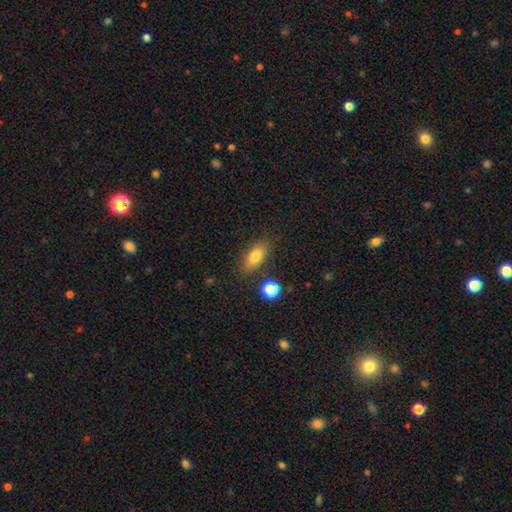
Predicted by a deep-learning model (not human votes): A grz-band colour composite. It shows a smooth galaxy with no disk features (80%) that is in between round and cigar-shaped (83%). Merging: none (81%).